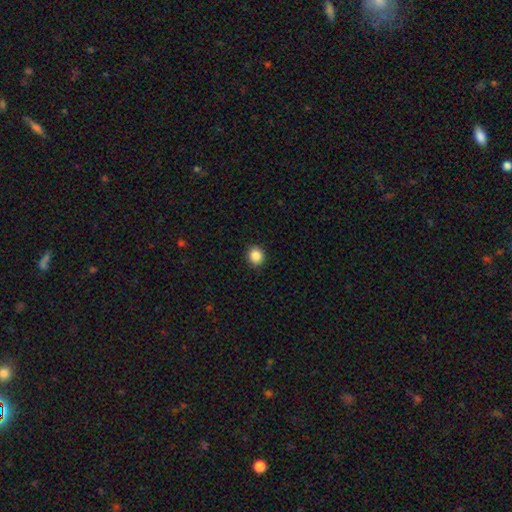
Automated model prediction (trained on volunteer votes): A smooth galaxy with no disk features (87%) that is round (82%). Merging: none (92%).